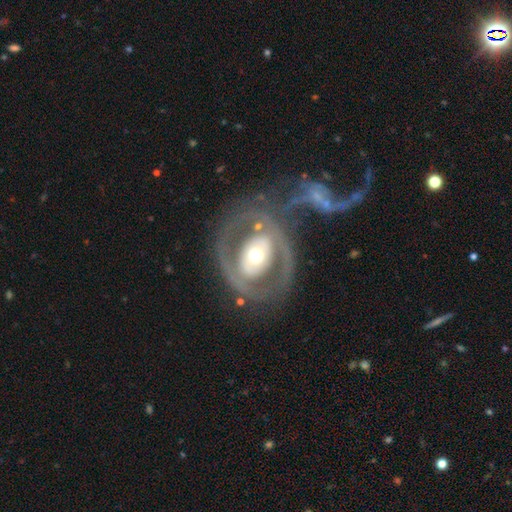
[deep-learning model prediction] Q: Smooth or featured?
A: featured or disk (72%); runner-up: smooth (22%)
Q: Edge-on disk?
A: no (95%); runner-up: yes (5%)
Q: Bar?
A: no (59%); runner-up: weak (21%)
Q: Spiral arms?
A: no (59%); runner-up: yes (41%)
Q: Bulge size?
A: moderate (67%); runner-up: large (17%)
Q: Merging?
A: none (50%); runner-up: major disturbance (20%)